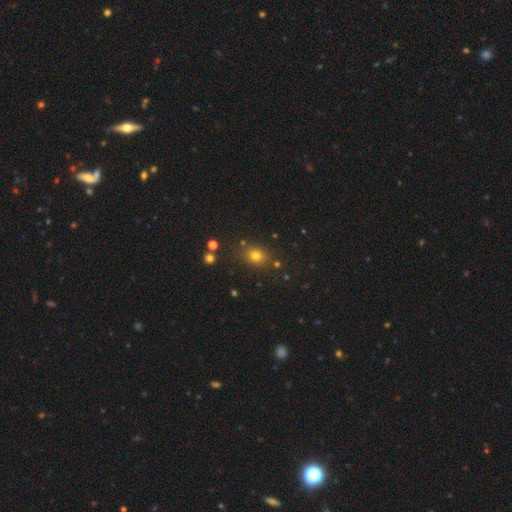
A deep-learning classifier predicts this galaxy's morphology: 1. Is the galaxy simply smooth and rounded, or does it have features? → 75% smooth, 17% star or artifact, 8% featured or disk.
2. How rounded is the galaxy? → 60% round, 39% in between, 1% cigar-shaped.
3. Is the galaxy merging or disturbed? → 82% none, 10% minor disturbance, 4% merger, 3% major disturbance.